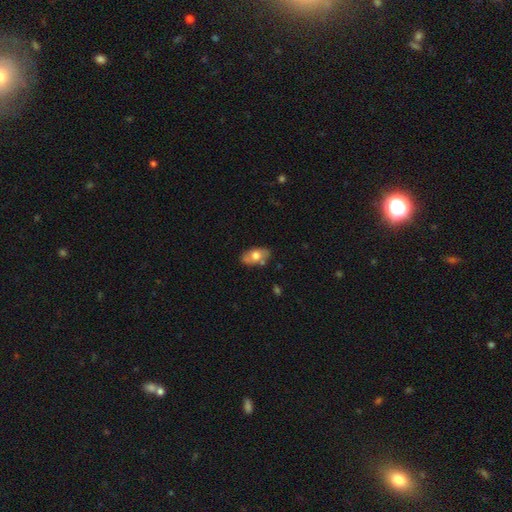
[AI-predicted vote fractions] This is likely a smooth galaxy (64%). How rounded: clearly in between (91%). Merging: likely none (74%).